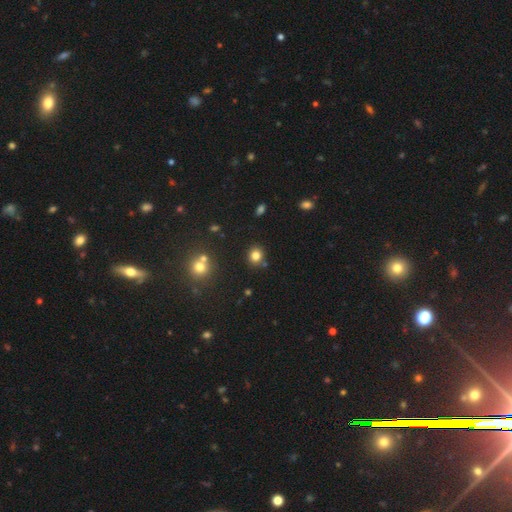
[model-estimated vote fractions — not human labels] The model was most divided on "how rounded": round: 80%, in between: 19%, cigar-shaped: 1%. More confident: merging — none (83%); smooth or featured — smooth (80%).